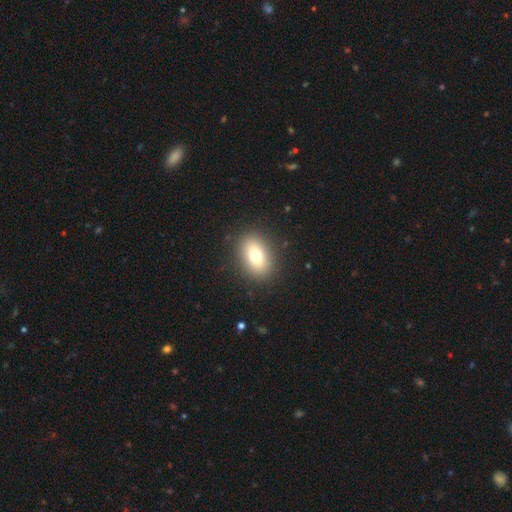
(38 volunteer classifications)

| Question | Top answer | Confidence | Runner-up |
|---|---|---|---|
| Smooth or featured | smooth | 71% | featured or disk (18%) |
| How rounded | in between | 78% | round (19%) |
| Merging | none | 74% | minor disturbance (15%) |